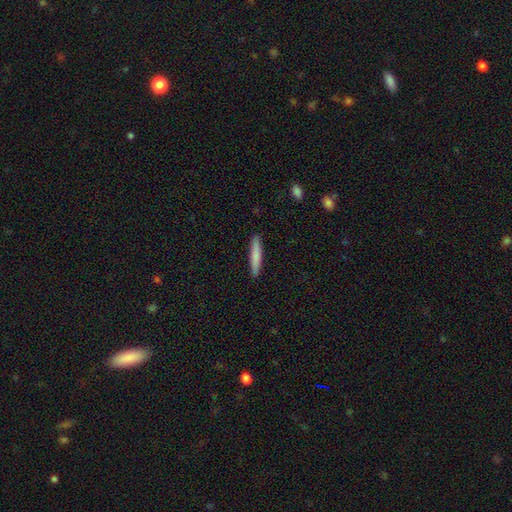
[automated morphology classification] Smooth or featured? smooth (79%)
How rounded? cigar-shaped (93%)
Merging? none (91%)